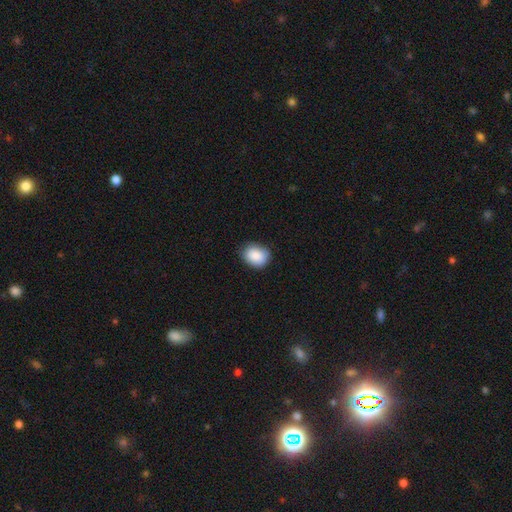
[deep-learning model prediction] Morphology: type=smooth (89%); roundness=in between (52%); merging=none (82%).